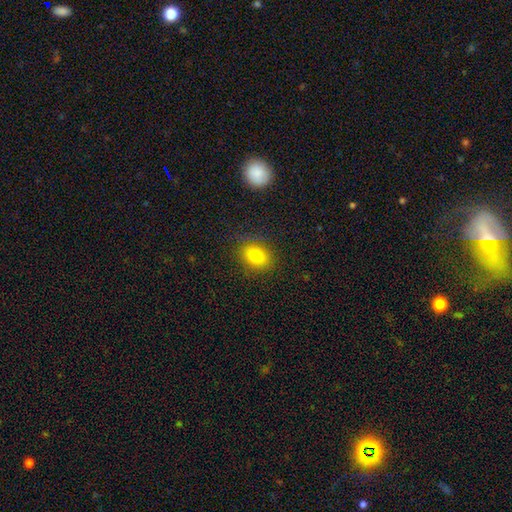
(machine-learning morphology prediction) This is clearly a smooth galaxy (80%). How rounded: likely in between (64%). Merging: clearly none (84%).